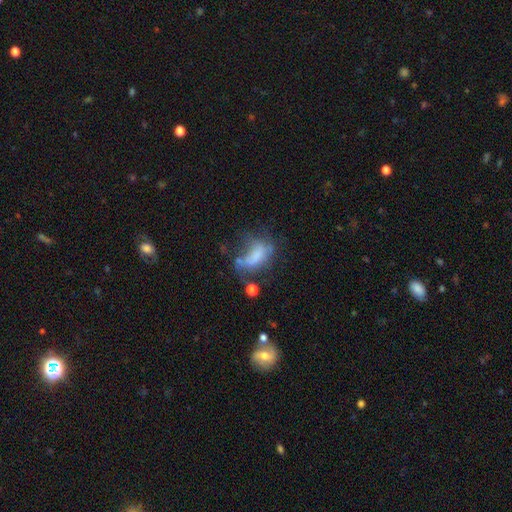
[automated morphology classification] Q: Smooth or featured?
A: smooth (52%); runner-up: featured or disk (35%)
Q: How rounded?
A: in between (85%); runner-up: round (8%)
Q: Merging?
A: major disturbance (39%); runner-up: none (25%)